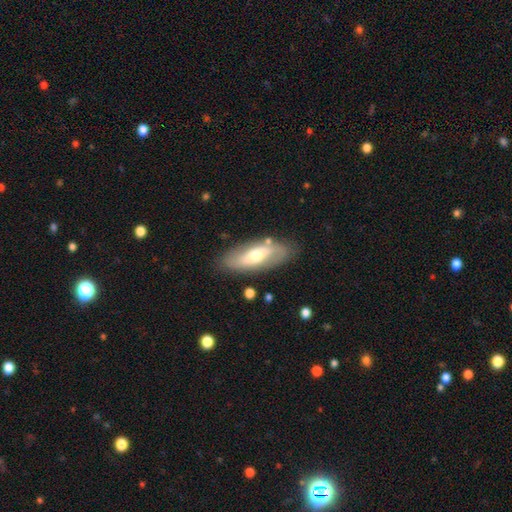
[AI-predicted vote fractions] The model was most divided on "smooth or featured": featured or disk: 52%, smooth: 41%, star or artifact: 6%. More confident: merging — none (79%); edge-on disk — no (75%).